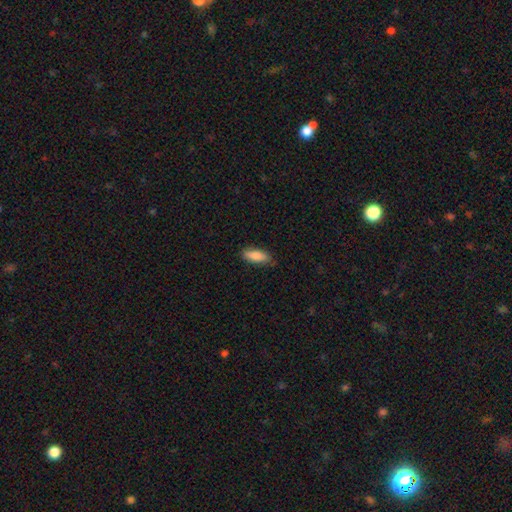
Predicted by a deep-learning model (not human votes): Overall: smooth (86%). How rounded: in between (68%; cigar-shaped 30%). Merging: none (81%).